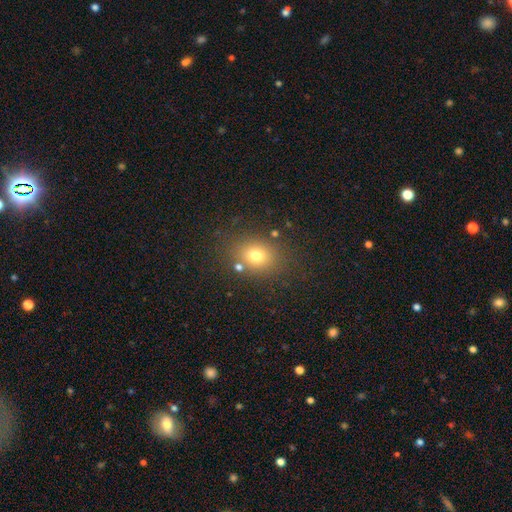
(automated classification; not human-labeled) Morphology: type=smooth (73%); roundness=round (53%); merging=none (79%).